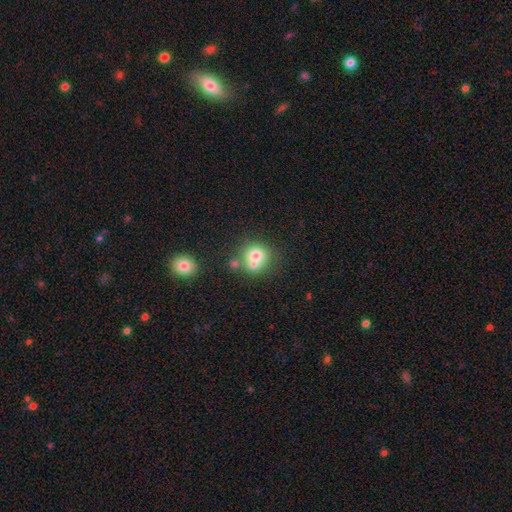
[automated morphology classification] A smooth galaxy with no disk features (70%) that is round (82%). Merging: merger (47%).